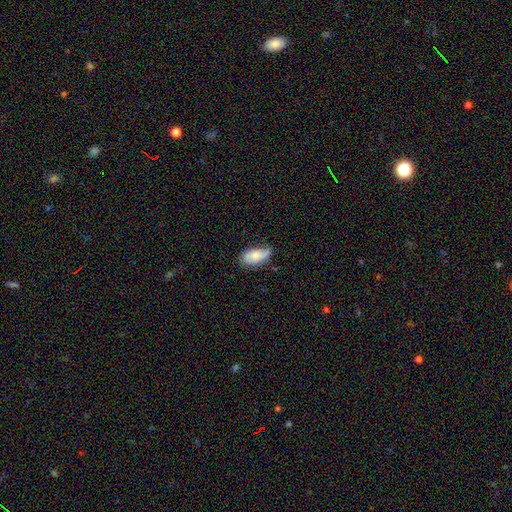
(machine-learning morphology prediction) Smooth or featured: smooth — 68% (featured or disk — 25%)
How rounded: in between — 92% (cigar-shaped — 5%)
Merging: none — 56% (minor disturbance — 34%)